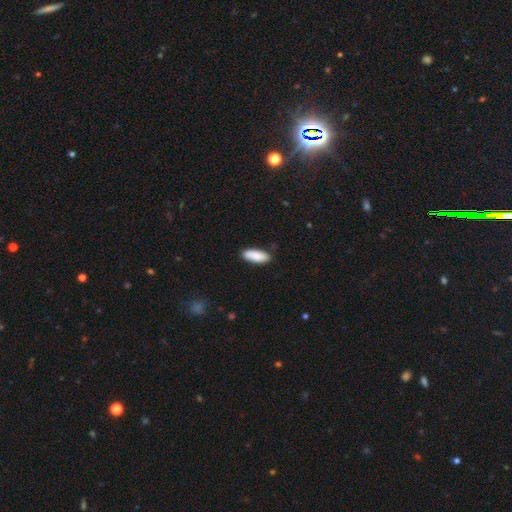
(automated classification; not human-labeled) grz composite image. It shows a smooth galaxy with no disk features (88%) that is in between round and cigar-shaped (70%). Merging: none (85%).